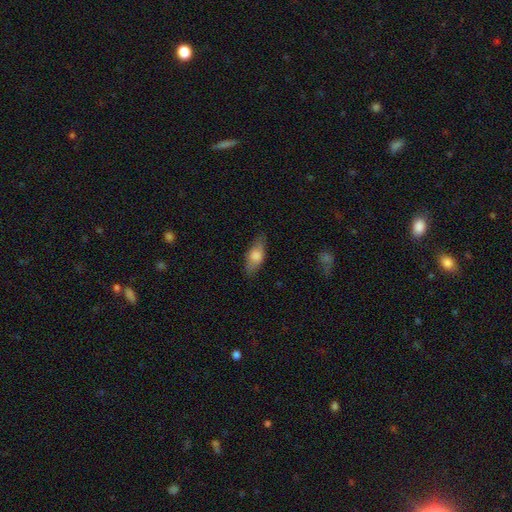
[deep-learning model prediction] This is likely a smooth galaxy (70%). How rounded: likely in between (75%). Merging: likely none (79%).